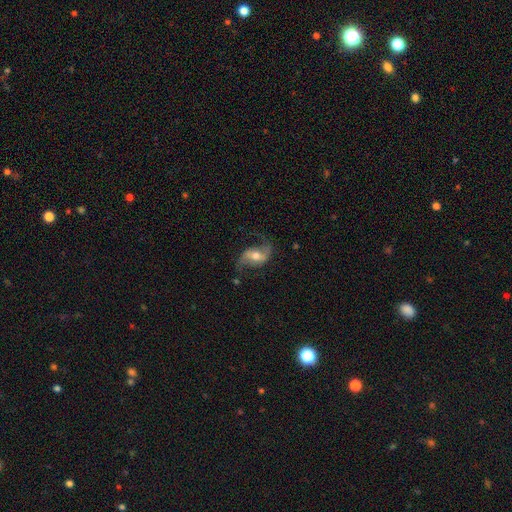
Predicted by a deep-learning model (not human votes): Smooth or featured: featured or disk — 78% (smooth — 15%)
Edge-on disk: no — 95% (yes — 5%)
Bar: weak — 42% (strong — 32%)
Spiral arms: yes — 93% (no — 7%)
Spiral winding: loose — 71% (medium — 24%)
Spiral arm count: 2 — 91% (1 — 3%)
Bulge size: moderate — 64% (small — 20%)
Merging: none — 69% (minor disturbance — 17%)